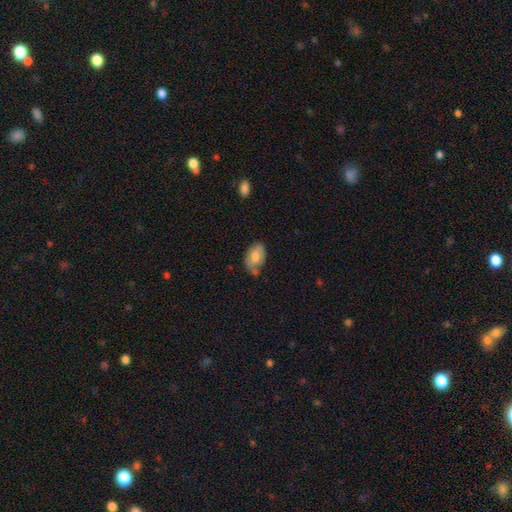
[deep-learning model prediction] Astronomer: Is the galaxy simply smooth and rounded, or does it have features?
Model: smooth — 66%.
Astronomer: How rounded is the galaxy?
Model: in between — 89%.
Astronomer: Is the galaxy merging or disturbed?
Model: none — 45% (runner-up: minor disturbance, 38%).